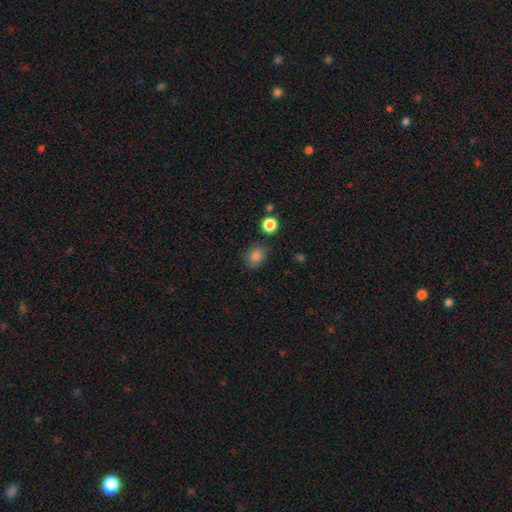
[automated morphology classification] Smooth or featured?
  - smooth: 83% *
  - star or artifact: 11%
  - featured or disk: 6%
How rounded?
  - in between: 51% *
  - round: 47%
  - cigar-shaped: 1%
Merging?
  - none: 78% *
  - minor disturbance: 15%
  - major disturbance: 4%
  - merger: 3%